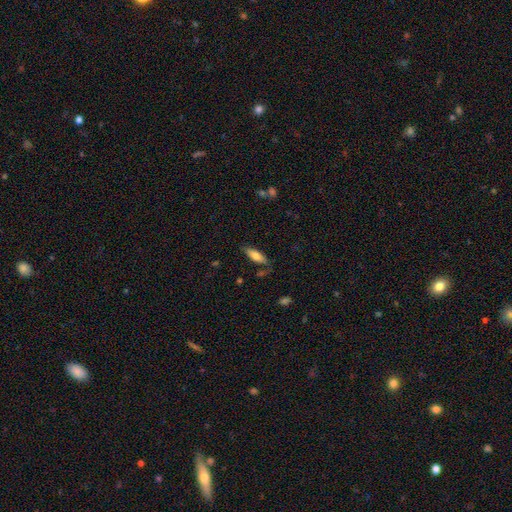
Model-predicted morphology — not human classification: A smooth galaxy with no disk features (73%) that is in between round and cigar-shaped (58%). Merging: none (74%).